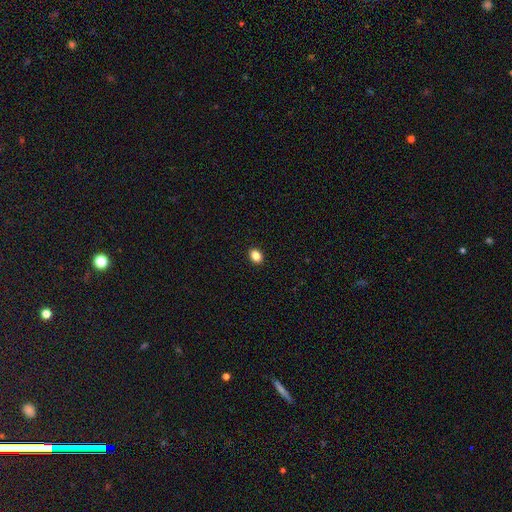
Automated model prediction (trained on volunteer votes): The model was most divided on "how rounded": in between: 64%, round: 35%, cigar-shaped: 1%. More confident: merging — none (91%); smooth or featured — smooth (85%).